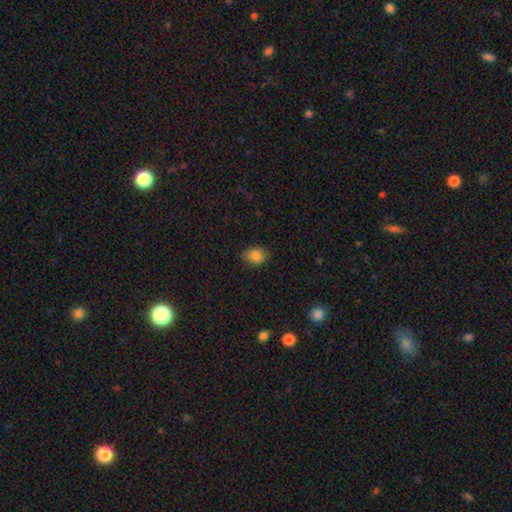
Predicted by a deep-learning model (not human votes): Q: Smooth or featured?
A: smooth (83%); runner-up: star or artifact (10%)
Q: How rounded?
A: in between (63%); runner-up: round (36%)
Q: Merging?
A: none (76%); runner-up: minor disturbance (20%)